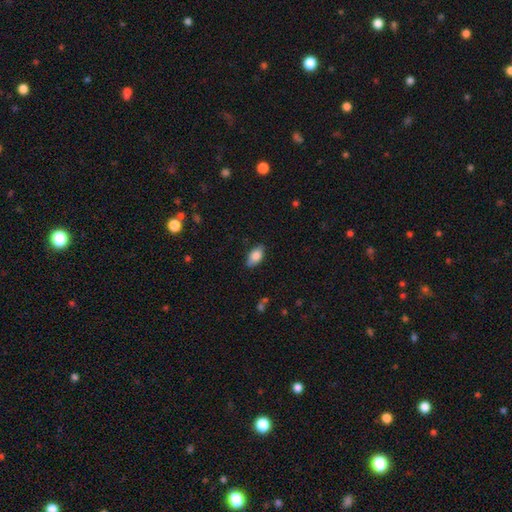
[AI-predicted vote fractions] smooth_or_featured: smooth (p=0.82) [alt: featured or disk p=0.11]
how_rounded: in between (p=0.91) [alt: cigar-shaped p=0.05]
merging: none (p=0.83) [alt: minor disturbance p=0.14]